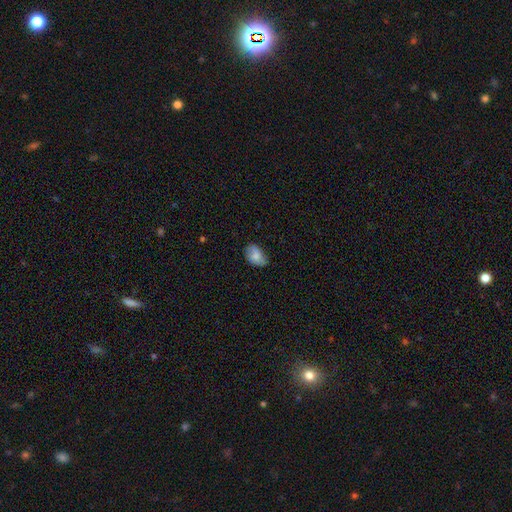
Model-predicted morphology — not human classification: This is likely a smooth galaxy (73%). How rounded: clearly in between (86%). Merging: likely none (63%).